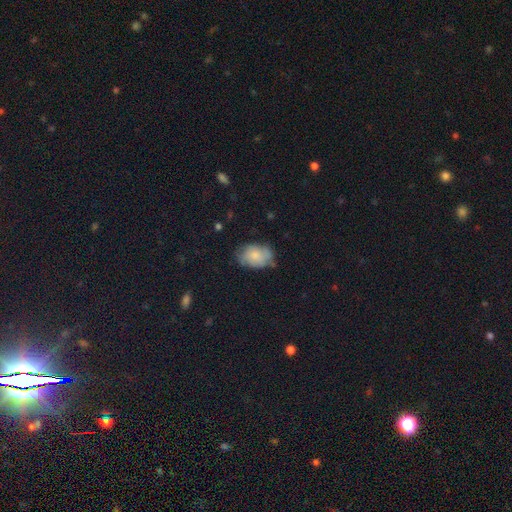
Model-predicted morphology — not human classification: This appears to be a smooth galaxy with no disk features (64%) that is in between round and cigar-shaped (79%). Merging: none (55%).